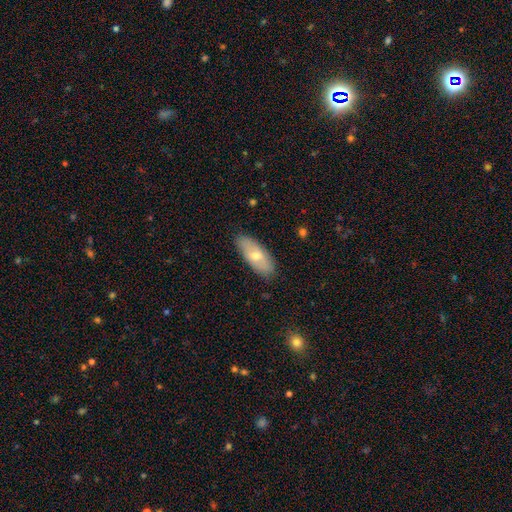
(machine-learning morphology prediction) Smooth or featured? smooth (61%)
How rounded? in between (81%)
Merging? none (86%)